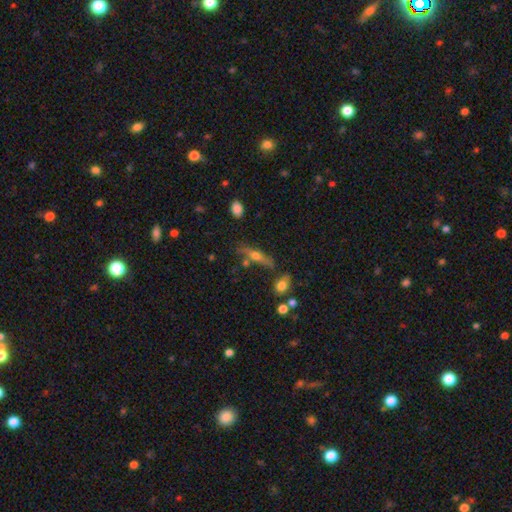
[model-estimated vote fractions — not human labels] Overall: smooth (46%; featured or disk 45%). Merging: none (63%).